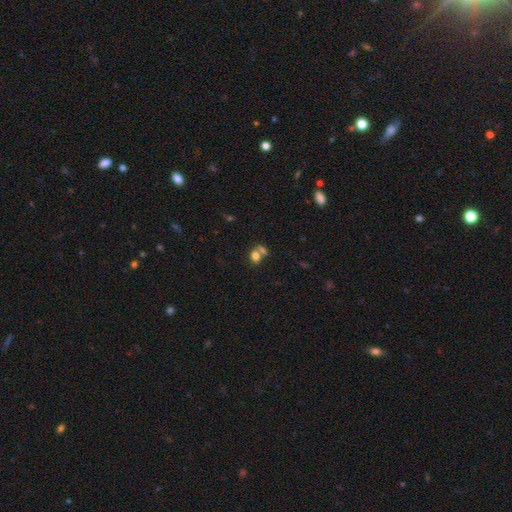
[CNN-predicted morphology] smooth-or-featured: smooth: 74% | star or artifact: 14% | featured or disk: 12%
  how-rounded: in between: 58% | round: 40% | cigar-shaped: 2%
  merging: merger: 46% | none: 40% | minor disturbance: 9% | major disturbance: 5%